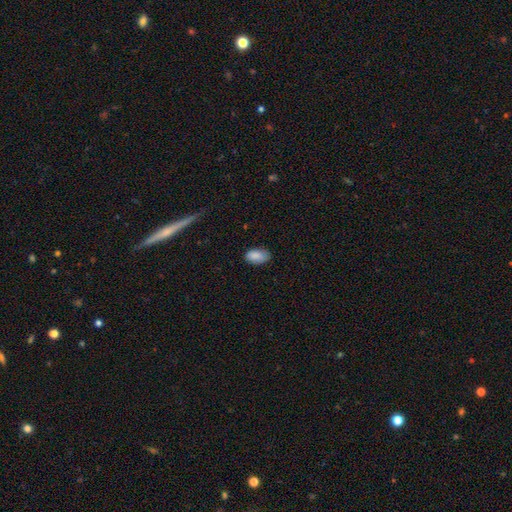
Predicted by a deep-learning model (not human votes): The model was most divided on "merging": none: 75%, minor disturbance: 20%, major disturbance: 4%, merger: 1%. More confident: how rounded — in between (93%); smooth or featured — smooth (87%).